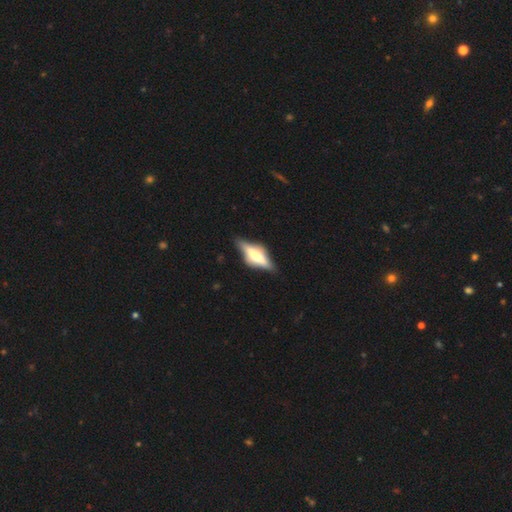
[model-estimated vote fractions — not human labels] A featured or disk galaxy (62%) viewed edge-on (91%) with a rounded central bulge (50%). Merging: none (75%).